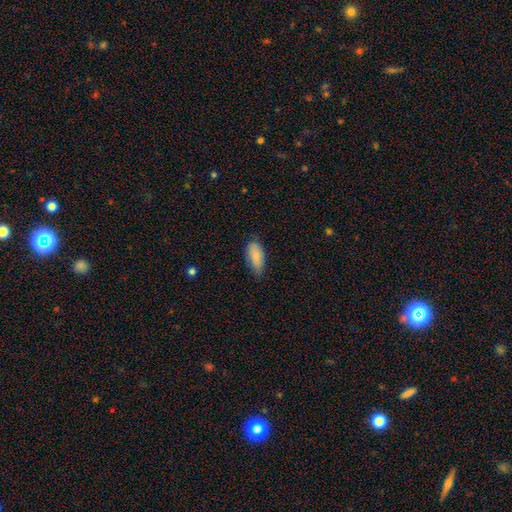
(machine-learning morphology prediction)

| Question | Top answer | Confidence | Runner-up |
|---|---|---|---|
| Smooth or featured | smooth | 84% | featured or disk (9%) |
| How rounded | in between | 88% | cigar-shaped (10%) |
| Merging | none | 74% | minor disturbance (22%) |